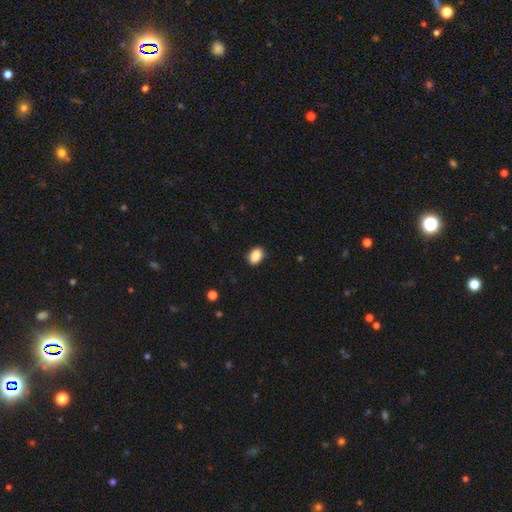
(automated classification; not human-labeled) This is clearly a smooth galaxy (88%). How rounded: likely in between (79%). Merging: clearly none (89%).